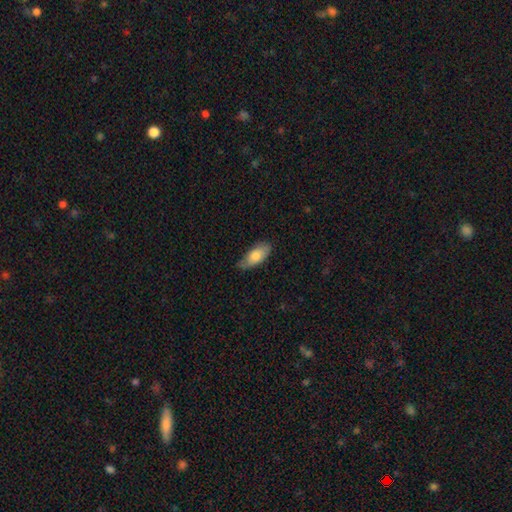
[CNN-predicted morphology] Smooth or featured?
  - smooth: 77% *
  - featured or disk: 17%
  - star or artifact: 6%
How rounded?
  - in between: 85% *
  - cigar-shaped: 13%
  - round: 2%
Merging?
  - none: 69% *
  - minor disturbance: 25%
  - major disturbance: 4%
  - merger: 1%